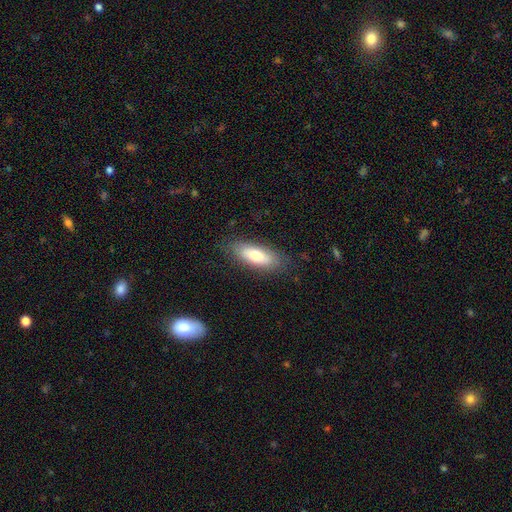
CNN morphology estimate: Q: Smooth or featured?
A: smooth (68%); runner-up: featured or disk (25%)
Q: How rounded?
A: in between (73%); runner-up: cigar-shaped (25%)
Q: Merging?
A: none (82%); runner-up: minor disturbance (13%)